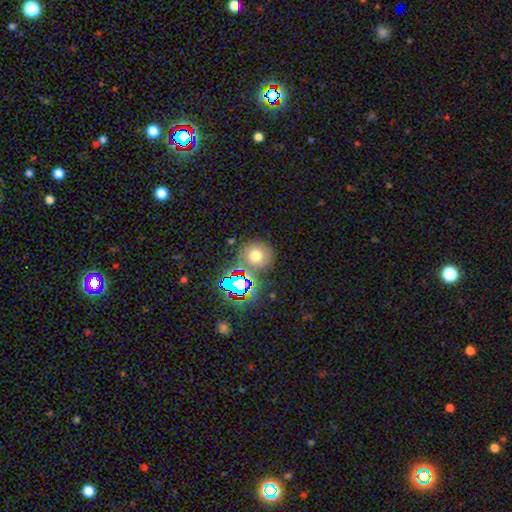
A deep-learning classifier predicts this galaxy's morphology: smooth 63%, star or artifact 24%, featured or disk 13%. Down the decision tree: how rounded — round (88%); merging — none (70%).